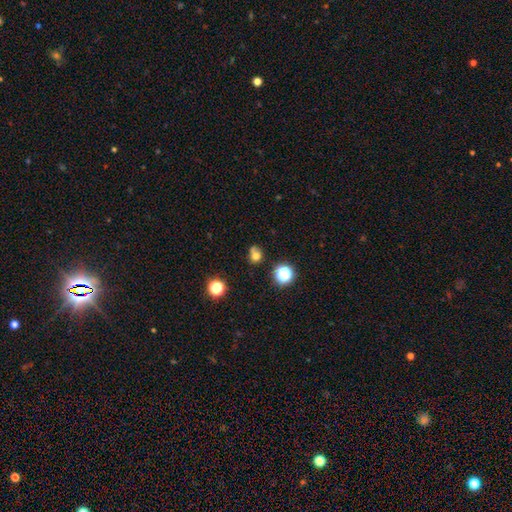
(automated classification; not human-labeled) Smooth or featured? Predicted: smooth (p=0.70). How rounded? Predicted: round (p=0.73). Merging? Predicted: none (p=0.51).